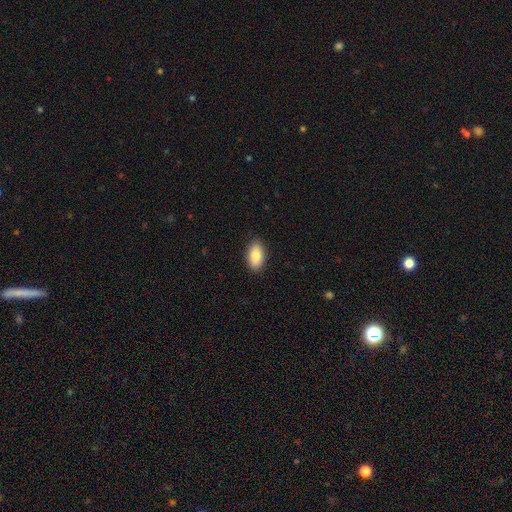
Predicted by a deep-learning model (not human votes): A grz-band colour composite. It shows a smooth galaxy with no disk features (85%) that is in between round and cigar-shaped (93%). Merging: none (89%).